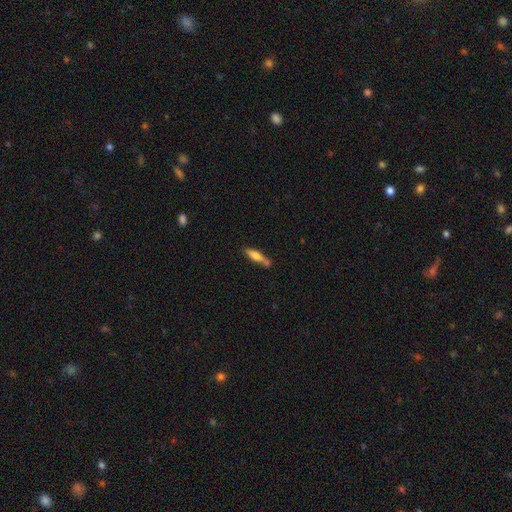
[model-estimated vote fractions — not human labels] Morphology: type=smooth (71%); roundness=cigar-shaped (64%); merging=none (49%).